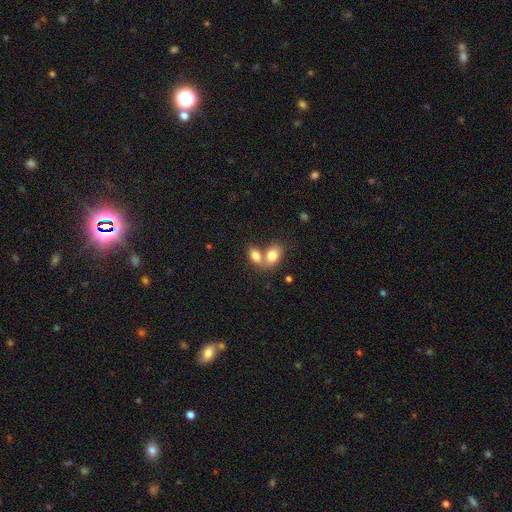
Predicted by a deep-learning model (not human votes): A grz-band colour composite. It shows a smooth galaxy with no disk features (80%) that is in between round and cigar-shaped (79%). Merging: merger (61%).